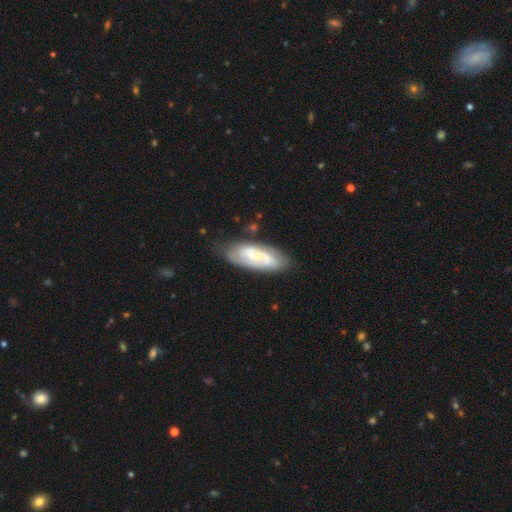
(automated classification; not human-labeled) The model was most divided on "bar": weak: 42%, no: 38%, strong: 21%. Remaining: edge-on disk — no (90%); spiral arms — yes (86%); merging — none (71%); smooth or featured — featured or disk (65%); bulge size — small (45%).